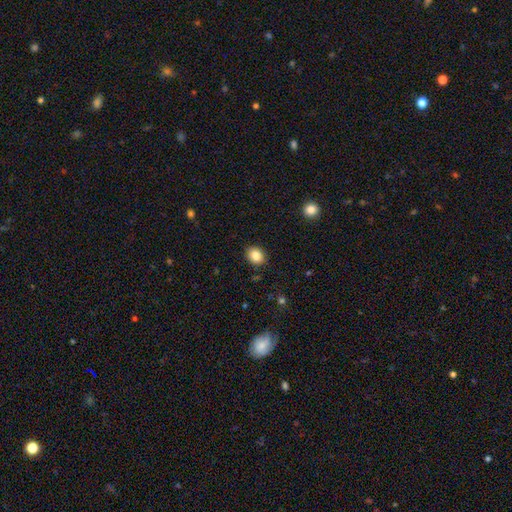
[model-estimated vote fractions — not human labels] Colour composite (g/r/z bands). It shows a smooth galaxy with no disk features (85%) that is round (66%). Merging: none (90%).